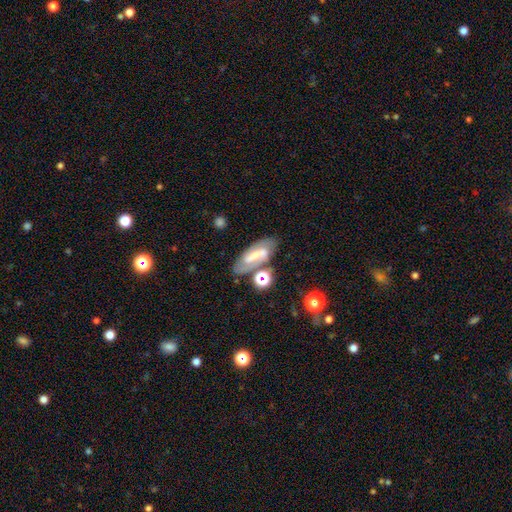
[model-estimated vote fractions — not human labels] Q: Smooth or featured?
A: featured or disk (62%); runner-up: smooth (28%)
Q: Edge-on disk?
A: no (89%); runner-up: yes (11%)
Q: Bar?
A: strong (57%); runner-up: weak (30%)
Q: Spiral arms?
A: yes (80%); runner-up: no (20%)
Q: Bulge size?
A: small (35%); runner-up: moderate (27%)
Q: Merging?
A: none (68%); runner-up: minor disturbance (16%)